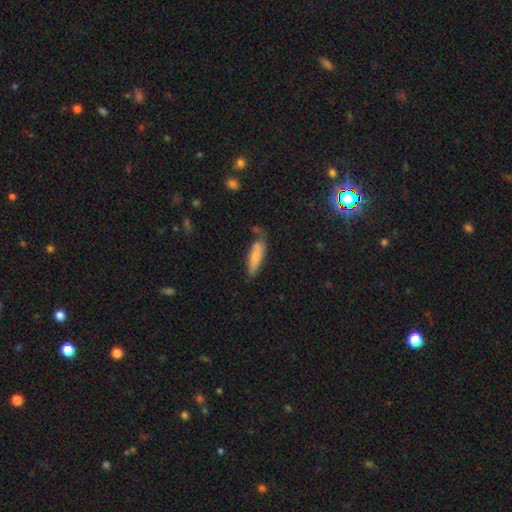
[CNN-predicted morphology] smooth_or_featured: smooth (p=0.72) [alt: featured or disk p=0.21]
how_rounded: cigar-shaped (p=0.57) [alt: in between p=0.41]
merging: none (p=0.54) [alt: minor disturbance p=0.29]